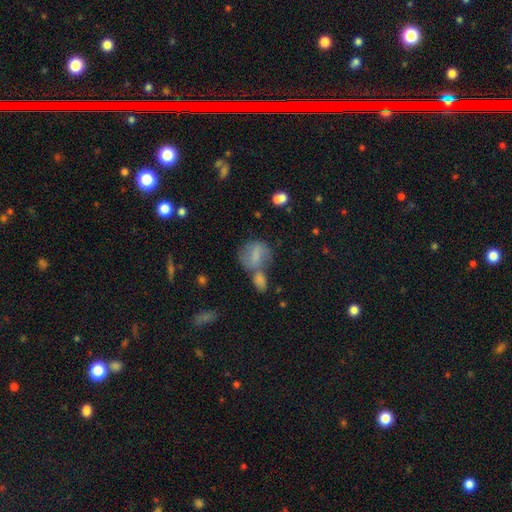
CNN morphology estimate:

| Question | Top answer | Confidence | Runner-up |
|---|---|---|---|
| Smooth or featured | smooth | 66% | featured or disk (23%) |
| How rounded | in between | 51% | round (46%) |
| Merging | merger | 44% | none (33%) |